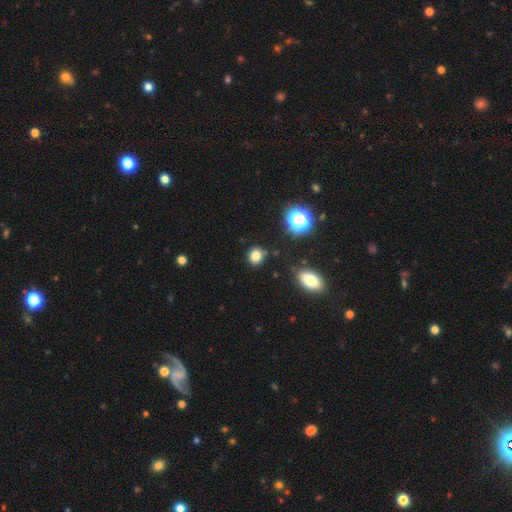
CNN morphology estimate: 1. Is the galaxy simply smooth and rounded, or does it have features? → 79% smooth, 16% star or artifact, 5% featured or disk.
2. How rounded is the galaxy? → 78% round, 21% in between, 1% cigar-shaped.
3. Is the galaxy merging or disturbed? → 83% none, 11% minor disturbance, 3% merger, 3% major disturbance.